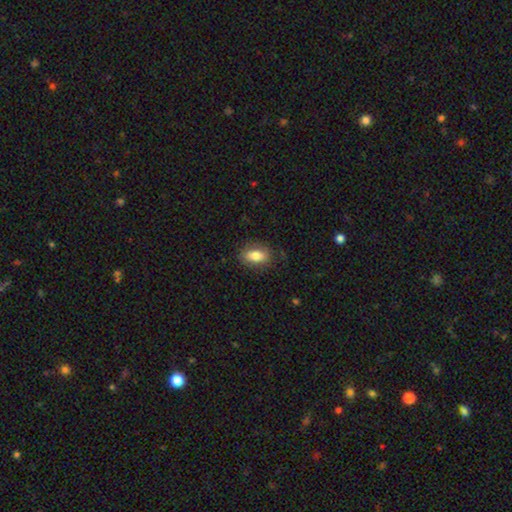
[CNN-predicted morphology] Overall: smooth (78%). How rounded: in between (87%). Merging: none (78%).